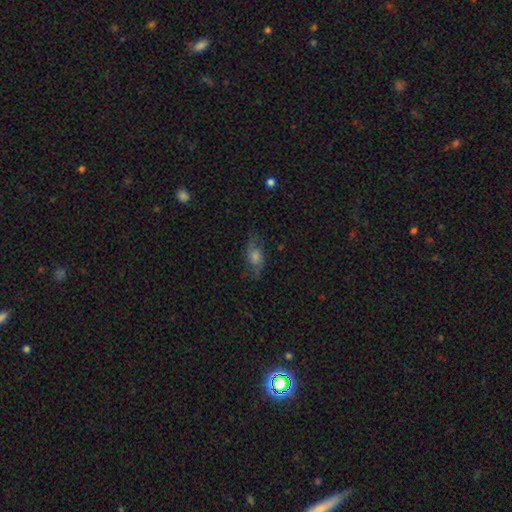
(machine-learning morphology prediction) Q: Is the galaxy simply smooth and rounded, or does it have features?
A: featured or disk — 48%.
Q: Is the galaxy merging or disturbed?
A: none — 70%.